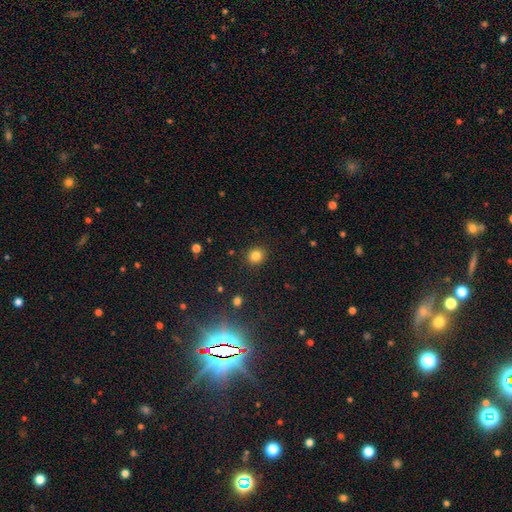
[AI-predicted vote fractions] Q: Smooth or featured?
A: smooth (82%); runner-up: star or artifact (12%)
Q: How rounded?
A: round (82%); runner-up: in between (17%)
Q: Merging?
A: none (90%); runner-up: minor disturbance (6%)